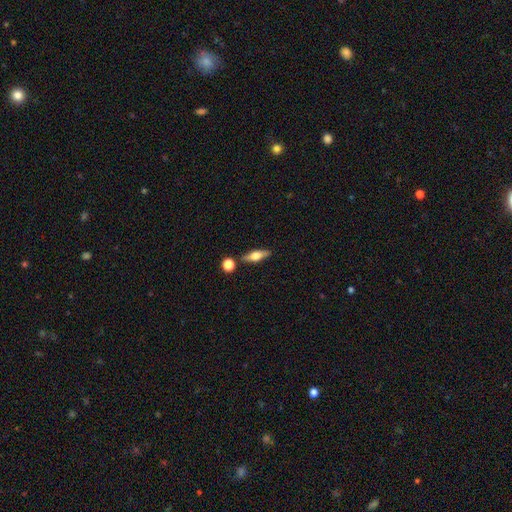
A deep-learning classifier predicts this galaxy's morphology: Smooth or featured? Predicted: featured or disk (p=0.51). Edge-on disk? Predicted: yes (p=0.93). Merging? Predicted: none (p=0.82).